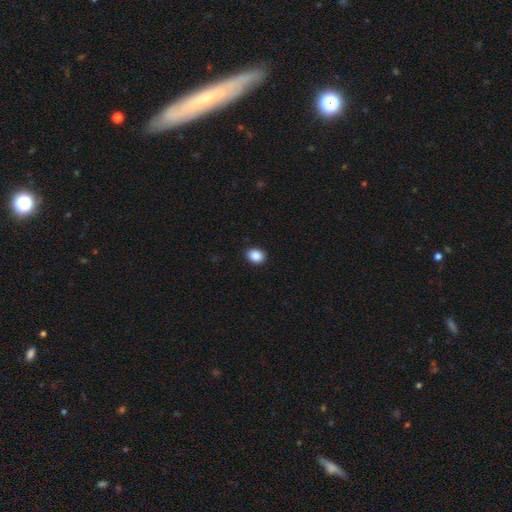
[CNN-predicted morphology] This appears to be a smooth galaxy with no disk features (89%) that is in between round and cigar-shaped (55%). Merging: none (91%).